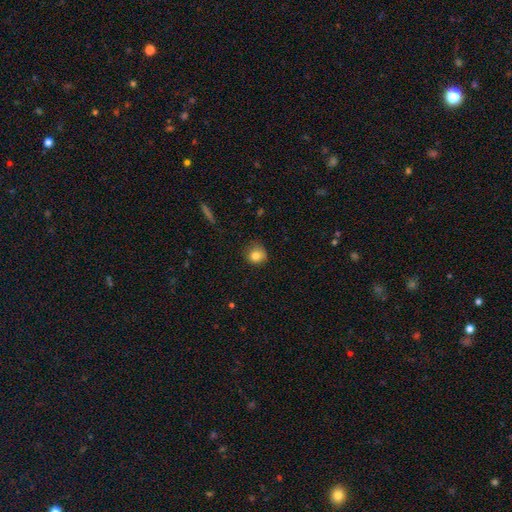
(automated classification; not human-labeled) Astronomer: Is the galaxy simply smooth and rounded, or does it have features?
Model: smooth — 81%.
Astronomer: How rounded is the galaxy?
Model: round — 86%.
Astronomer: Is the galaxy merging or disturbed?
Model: none — 71%.